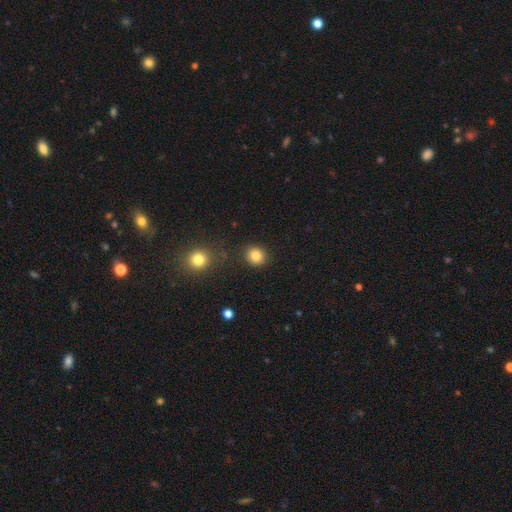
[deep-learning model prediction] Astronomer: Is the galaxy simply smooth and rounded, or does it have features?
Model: smooth — 84%.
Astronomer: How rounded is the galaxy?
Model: round — 81%.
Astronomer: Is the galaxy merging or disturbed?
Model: none — 88%.